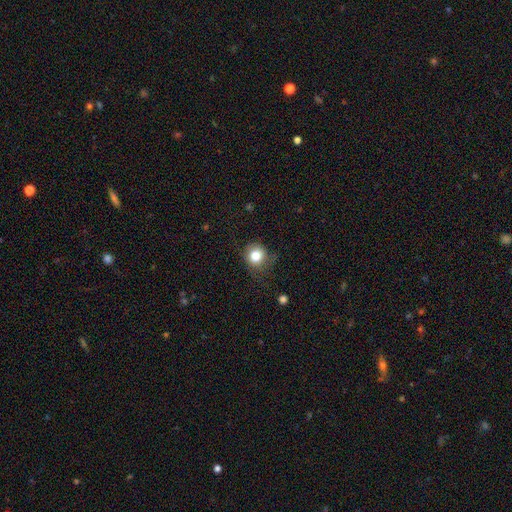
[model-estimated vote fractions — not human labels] A smooth galaxy with no disk features (80%) that is round (86%). Merging: none (67%).